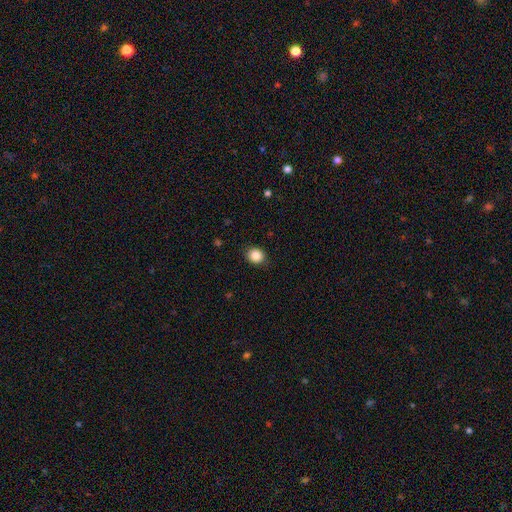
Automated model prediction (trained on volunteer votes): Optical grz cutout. It shows a smooth galaxy with no disk features (86%) that is round (74%). Merging: none (87%).